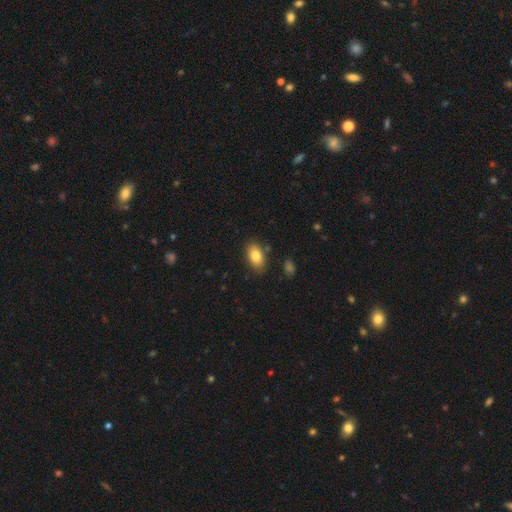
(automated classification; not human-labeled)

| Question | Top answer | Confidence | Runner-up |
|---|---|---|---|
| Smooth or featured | smooth | 83% | featured or disk (9%) |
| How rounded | in between | 90% | round (8%) |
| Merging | none | 83% | minor disturbance (12%) |